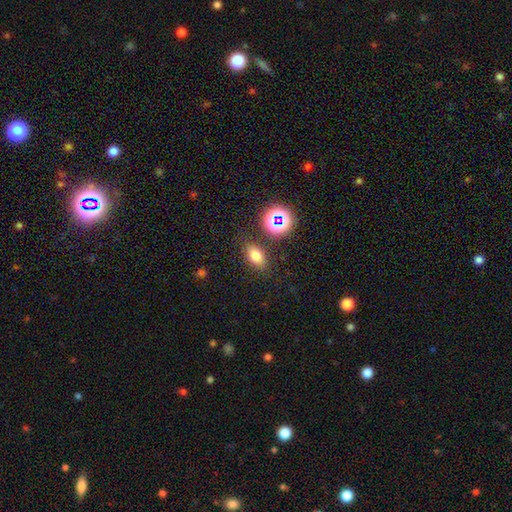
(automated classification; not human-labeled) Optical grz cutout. It shows a smooth galaxy with no disk features (72%) that is in between round and cigar-shaped (80%). Merging: none (82%).